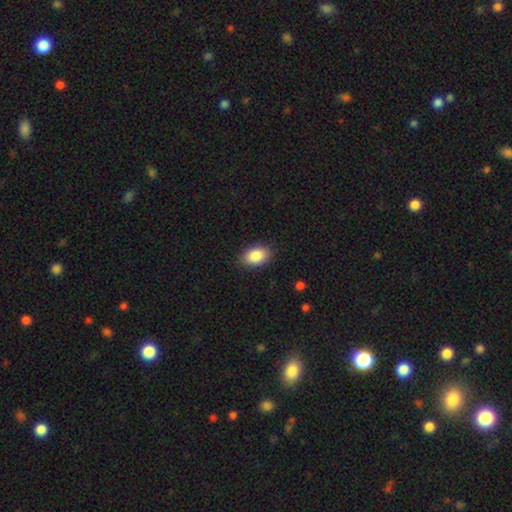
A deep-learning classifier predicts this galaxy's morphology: This appears to be a smooth galaxy with no disk features (87%) that is in between round and cigar-shaped (89%). Merging: none (87%).